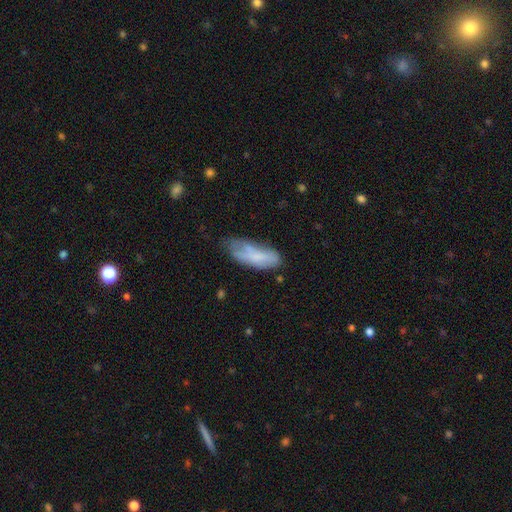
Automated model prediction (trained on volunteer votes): Morphology: type=smooth (66%); roundness=in between (74%); merging=none (41%).